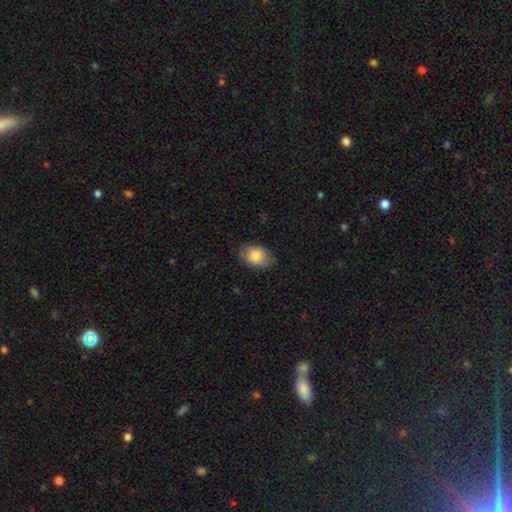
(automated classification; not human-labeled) A smooth galaxy with no disk features (80%) that is in between round and cigar-shaped (84%).

Vote fractions:
- Smooth or featured? smooth: 80% / featured or disk: 13% / star or artifact: 7%
- How rounded? in between: 84% / round: 15% / cigar-shaped: 1%
- Merging? none: 79% / minor disturbance: 16% / major disturbance: 3% / merger: 1%